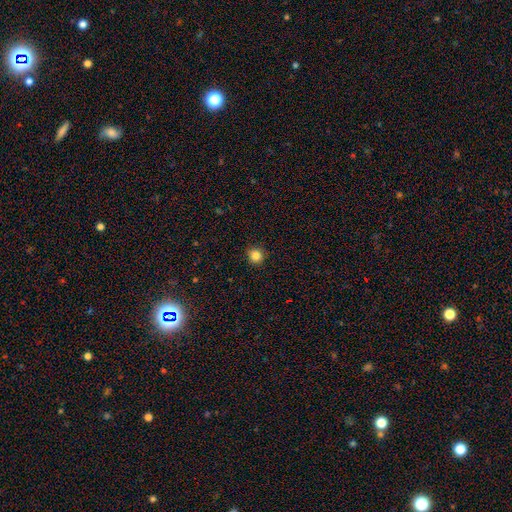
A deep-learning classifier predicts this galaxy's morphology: The model was most divided on "smooth or featured": smooth: 84%, star or artifact: 12%, featured or disk: 4%. More confident: how rounded — round (93%); merging — none (91%).